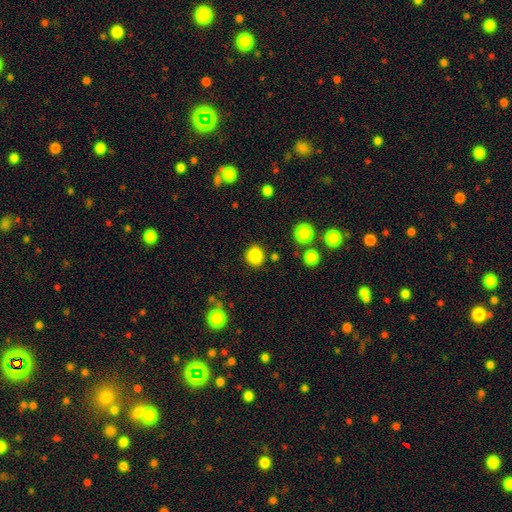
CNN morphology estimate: Smooth or featured?
  - smooth: 86% *
  - star or artifact: 10%
  - featured or disk: 4%
How rounded?
  - round: 77% *
  - in between: 22%
  - cigar-shaped: 1%
Merging?
  - none: 84% *
  - minor disturbance: 10%
  - major disturbance: 3%
  - merger: 3%